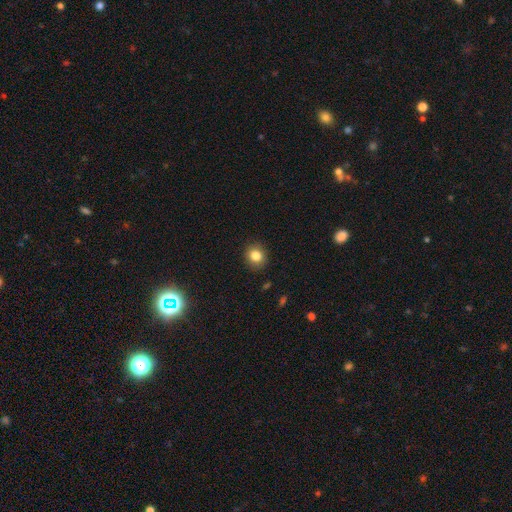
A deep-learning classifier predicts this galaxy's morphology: Overall: smooth (83%). How rounded: round (79%). Merging: none (89%).